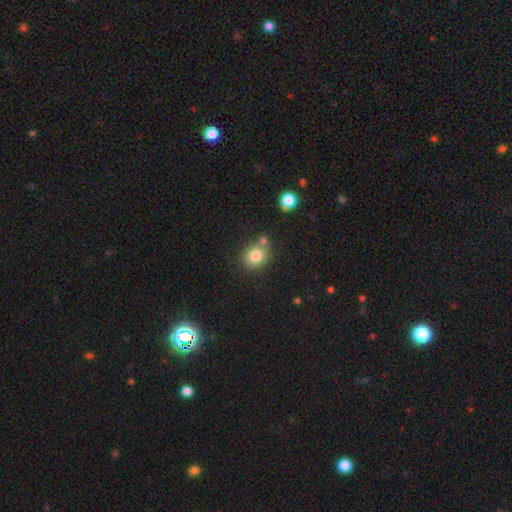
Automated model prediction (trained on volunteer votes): A smooth galaxy with no disk features (81%) that is round (78%).

Vote fractions:
- Smooth or featured? smooth: 81% / star or artifact: 10% / featured or disk: 9%
- How rounded? round: 78% / in between: 21% / cigar-shaped: 1%
- Merging? none: 66% / merger: 19% / minor disturbance: 12% / major disturbance: 3%